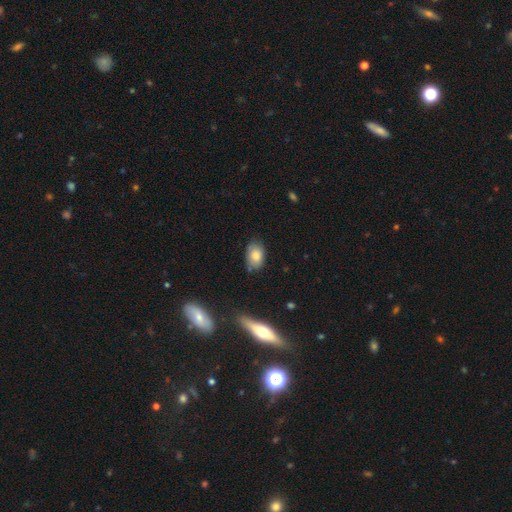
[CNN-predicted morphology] smooth-or-featured: smooth: 80% | featured or disk: 13% | star or artifact: 8%
  how-rounded: in between: 89% | round: 10% | cigar-shaped: 1%
  merging: none: 71% | minor disturbance: 23% | major disturbance: 4% | merger: 2%